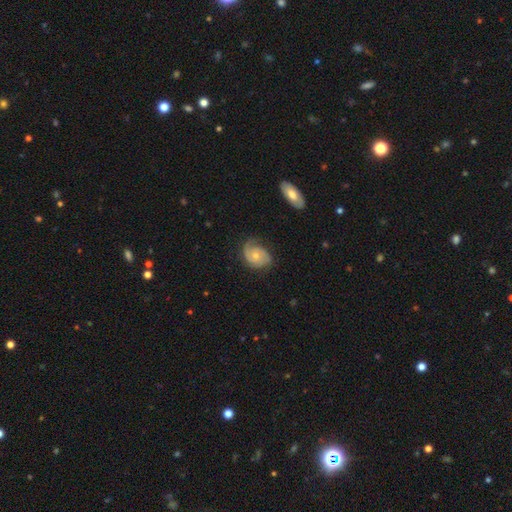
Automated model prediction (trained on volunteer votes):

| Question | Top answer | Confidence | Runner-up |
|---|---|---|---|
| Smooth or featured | featured or disk | 79% | smooth (15%) |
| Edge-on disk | no | 97% | yes (3%) |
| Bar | no | 73% | weak (24%) |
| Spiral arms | yes | 96% | no (4%) |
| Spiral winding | tight | 48% | medium (39%) |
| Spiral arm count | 2 | 67% | can't tell (10%) |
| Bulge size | small | 55% | moderate (39%) |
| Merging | none | 68% | minor disturbance (22%) |